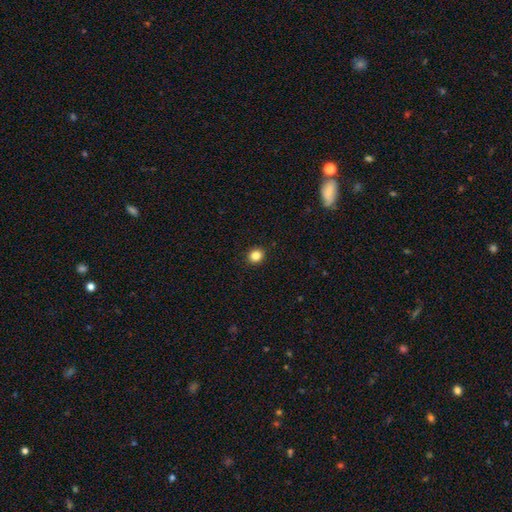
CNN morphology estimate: A smooth galaxy with no disk features (84%) that is round (82%).

Vote fractions:
- Smooth or featured? smooth: 84% / star or artifact: 11% / featured or disk: 5%
- How rounded? round: 82% / in between: 17% / cigar-shaped: 1%
- Merging? none: 92% / minor disturbance: 5% / major disturbance: 2% / merger: 1%